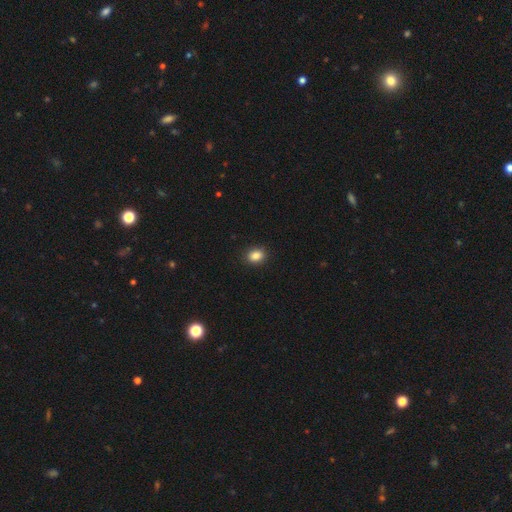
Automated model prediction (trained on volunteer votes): The model was most divided on "how rounded": in between: 60%, round: 39%, cigar-shaped: 1%. More confident: merging — none (89%); smooth or featured — smooth (87%).